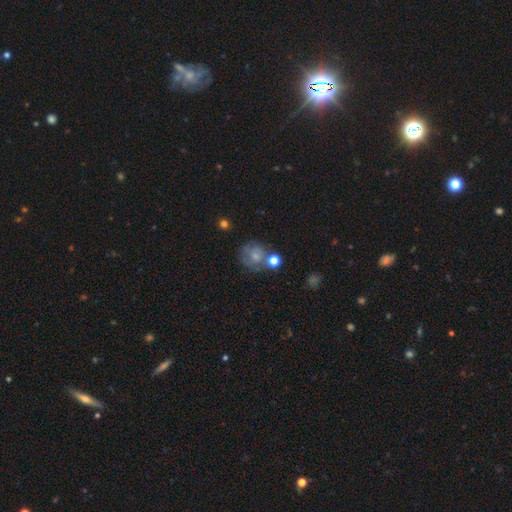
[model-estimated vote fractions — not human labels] This appears to be a smooth galaxy with no disk features (59%) that is round (81%). Merging: none (50%).